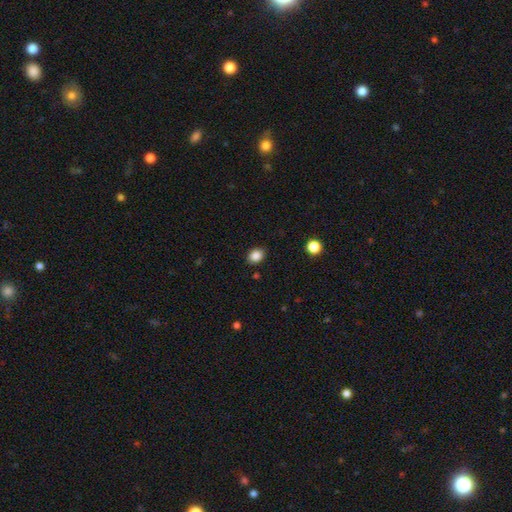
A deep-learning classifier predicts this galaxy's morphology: type=smooth (86%); roundness=in between (60%); merging=none (88%).